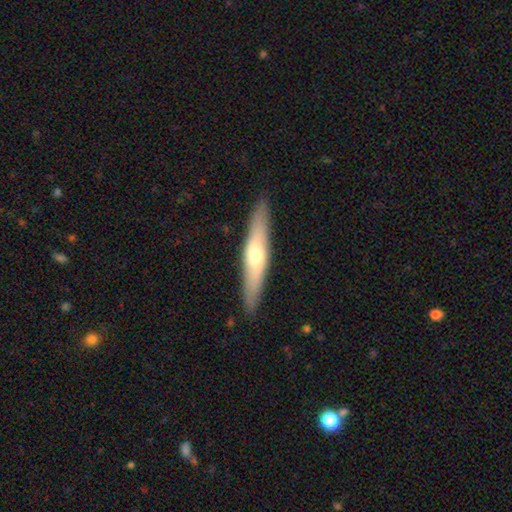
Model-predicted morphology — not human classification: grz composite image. It shows a featured or disk galaxy (50%) viewed edge-on (85%). Merging: none (89%).